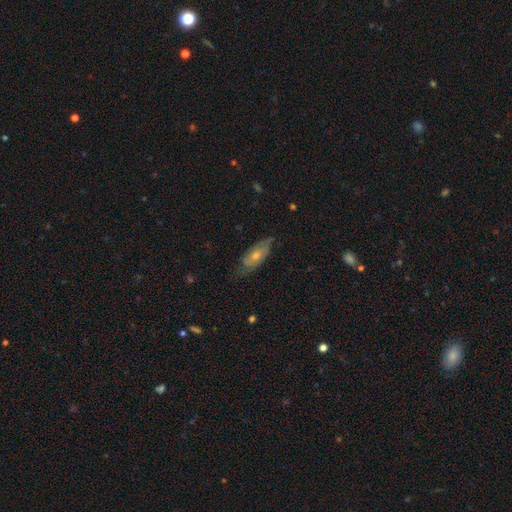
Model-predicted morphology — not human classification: Q: Smooth or featured?
A: featured or disk (58%); runner-up: smooth (33%)
Q: Edge-on disk?
A: no (74%); runner-up: yes (26%)
Q: Merging?
A: none (71%); runner-up: minor disturbance (21%)